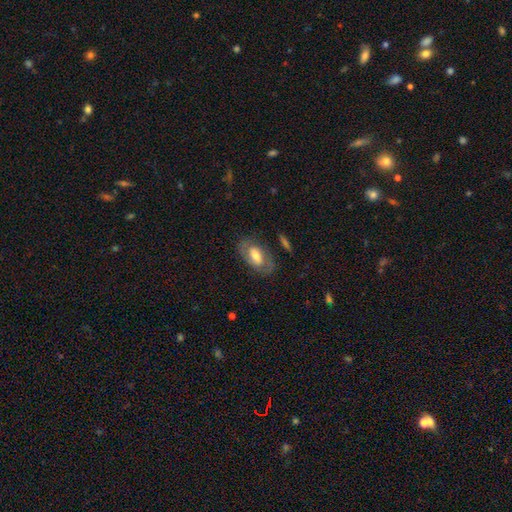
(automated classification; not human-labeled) The model was most divided on "smooth or featured": featured or disk: 51%, smooth: 42%, star or artifact: 7%. More confident: edge-on disk — no (91%); merging — none (76%).